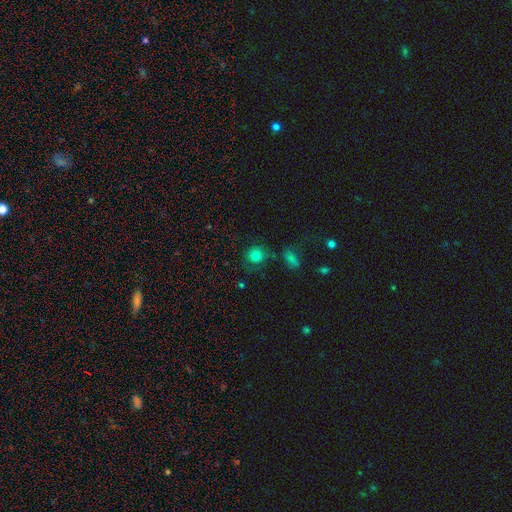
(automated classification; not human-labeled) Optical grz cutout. It shows a smooth galaxy with no disk features (78%) that is round (84%). Merging: none (73%).